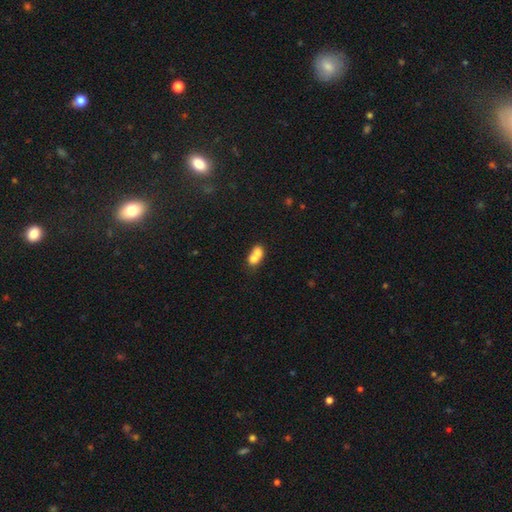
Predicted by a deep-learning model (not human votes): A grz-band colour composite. It shows a smooth galaxy with no disk features (70%) that is in between round and cigar-shaped (64%). Merging: merger (68%).